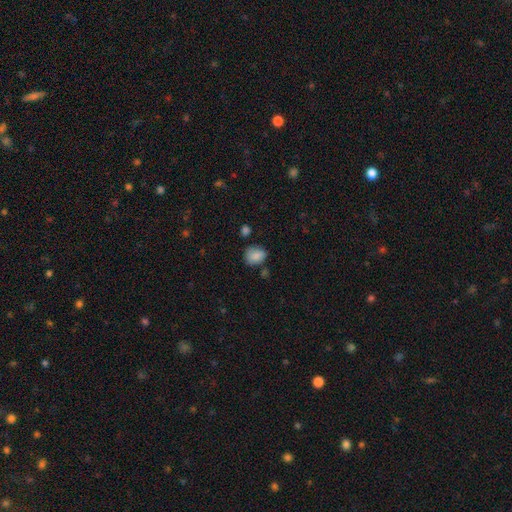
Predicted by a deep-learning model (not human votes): smooth 82%, star or artifact 9%, featured or disk 8%. Down the decision tree: how rounded — in between (57%); merging — none (59%).